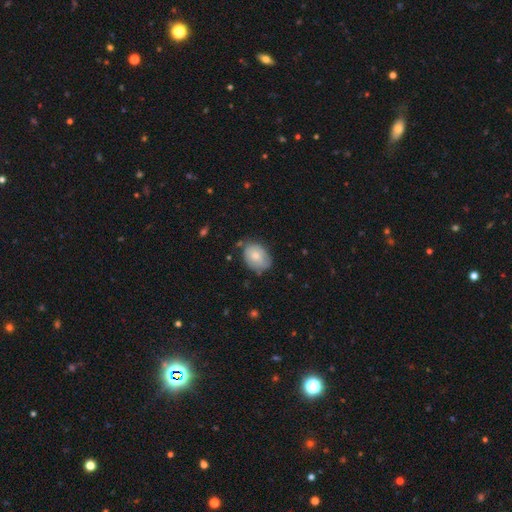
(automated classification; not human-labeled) Overall: smooth (69%). How rounded: in between (77%). Merging: none (62%; minor disturbance 29%).